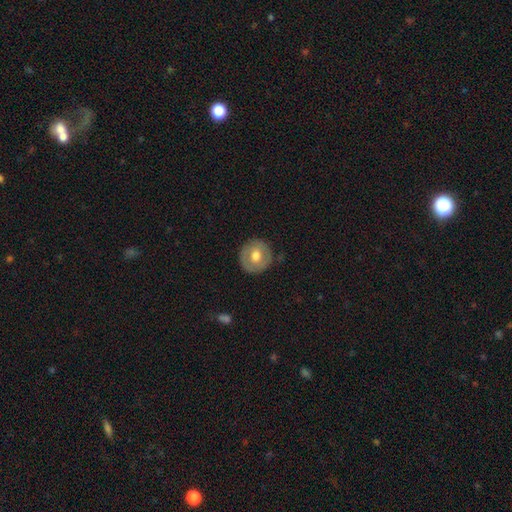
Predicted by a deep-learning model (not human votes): This appears to be a smooth galaxy with no disk features (55%) that is round (89%). Merging: none (85%).